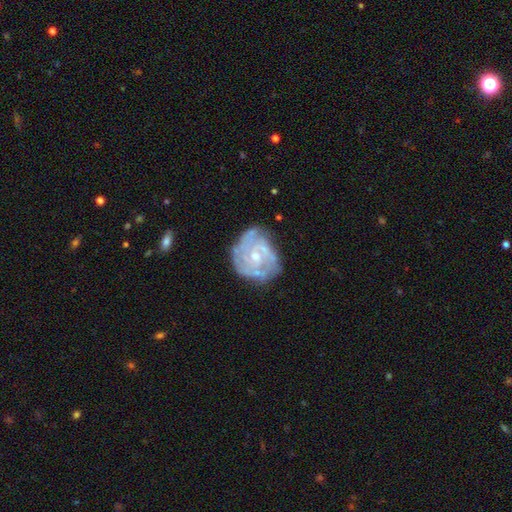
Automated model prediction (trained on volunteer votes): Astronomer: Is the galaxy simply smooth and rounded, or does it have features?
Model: featured or disk — 82%.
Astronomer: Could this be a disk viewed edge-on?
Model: no — 98%.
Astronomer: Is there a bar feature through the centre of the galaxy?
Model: no — 71%.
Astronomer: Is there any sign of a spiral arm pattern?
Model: yes — 85%.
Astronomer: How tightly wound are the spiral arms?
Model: tight — 66%.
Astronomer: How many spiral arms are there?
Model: can't tell — 42% (runner-up: 3, 18%).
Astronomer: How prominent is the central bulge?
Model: small — 59% (runner-up: moderate, 37%).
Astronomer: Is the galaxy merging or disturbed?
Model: none — 65%.